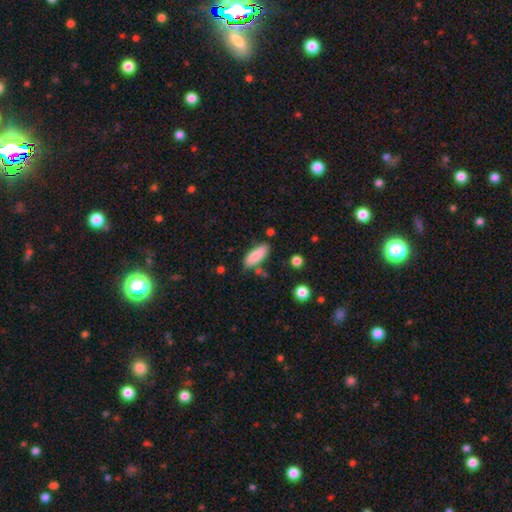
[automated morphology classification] Q: Smooth or featured?
A: smooth (87%); runner-up: star or artifact (7%)
Q: How rounded?
A: in between (69%); runner-up: cigar-shaped (30%)
Q: Merging?
A: none (76%); runner-up: minor disturbance (15%)